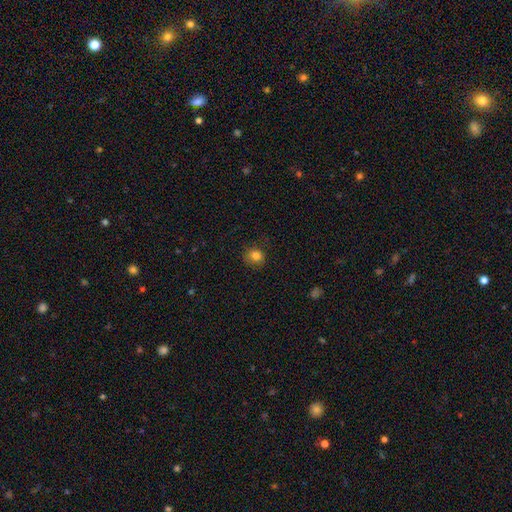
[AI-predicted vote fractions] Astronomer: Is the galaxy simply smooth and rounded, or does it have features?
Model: smooth — 83%.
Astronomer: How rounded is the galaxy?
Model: round — 78%.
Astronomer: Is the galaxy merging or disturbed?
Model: none — 79%.